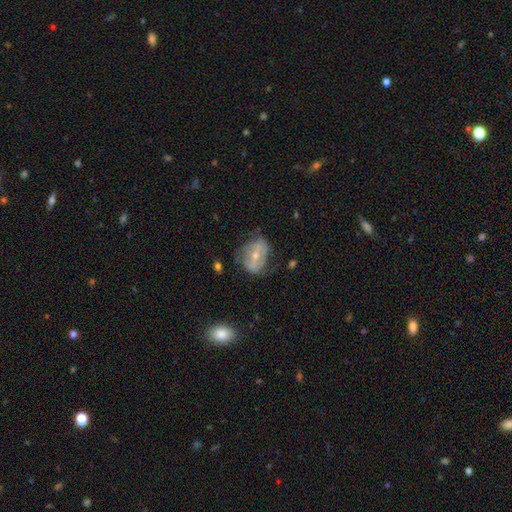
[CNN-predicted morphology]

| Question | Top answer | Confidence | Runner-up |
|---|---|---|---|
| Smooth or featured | featured or disk | 64% | smooth (28%) |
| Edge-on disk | no | 95% | yes (5%) |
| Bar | weak | 40% | strong (32%) |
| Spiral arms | yes | 64% | no (36%) |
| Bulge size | moderate | 50% | small (46%) |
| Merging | none | 56% | minor disturbance (28%) |